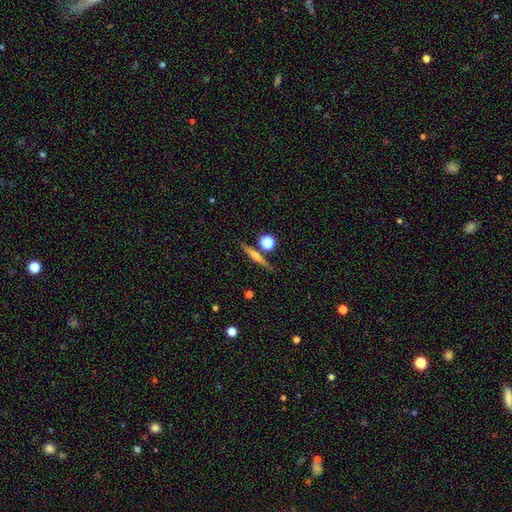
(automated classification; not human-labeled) featured or disk 58%, smooth 33%, star or artifact 9%. Down the decision tree: edge-on disk — yes (96%); edge-on bulge — rounded (79%); merging — none (83%).